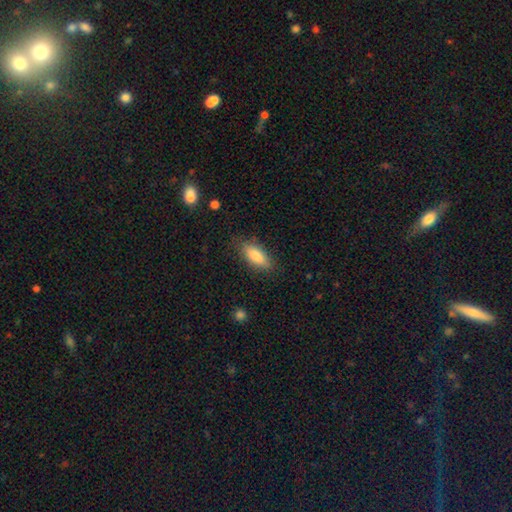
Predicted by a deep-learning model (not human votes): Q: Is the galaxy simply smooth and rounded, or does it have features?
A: smooth — 80%.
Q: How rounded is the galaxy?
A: in between — 70%.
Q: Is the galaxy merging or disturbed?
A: none — 83%.